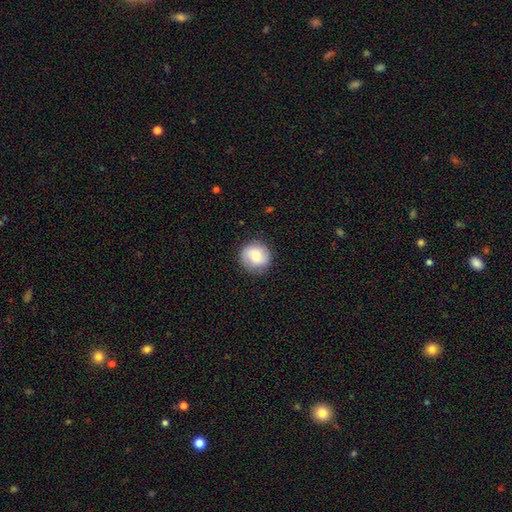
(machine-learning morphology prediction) smooth-or-featured: smooth: 72% | featured or disk: 20% | star or artifact: 7%
  how-rounded: round: 91% | in between: 8% | cigar-shaped: 1%
  merging: none: 86% | minor disturbance: 10% | major disturbance: 3% | merger: 1%